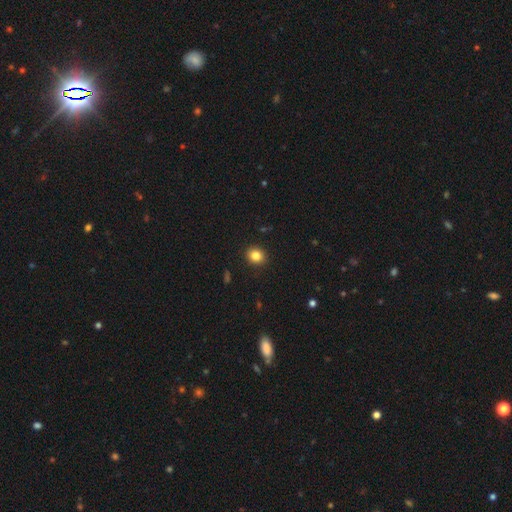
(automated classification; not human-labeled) smooth 83%, star or artifact 11%, featured or disk 6%. Down the decision tree: how rounded — round (73%); merging — none (91%).